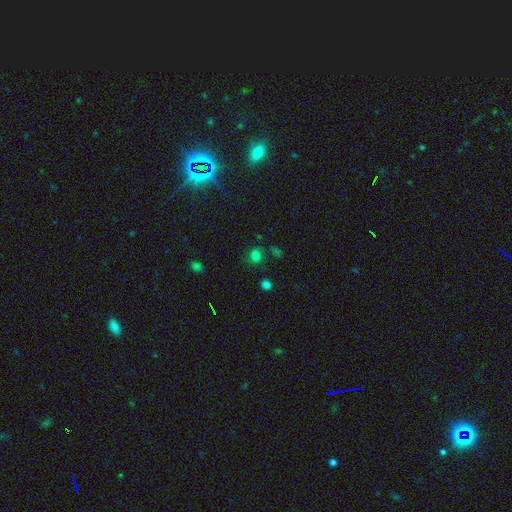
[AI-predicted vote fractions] smooth 71%, star or artifact 21%, featured or disk 8%. Down the decision tree: how rounded — round (77%); merging — none (73%).